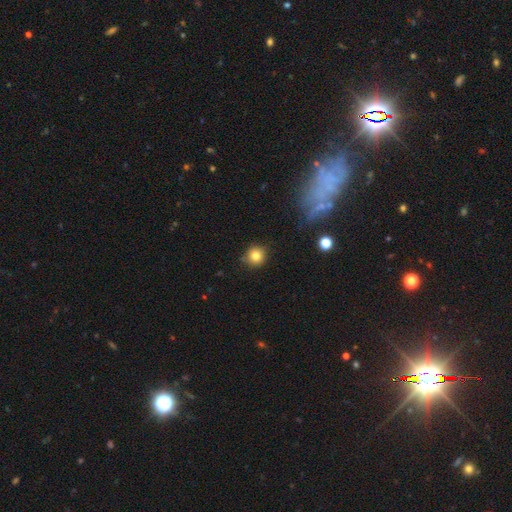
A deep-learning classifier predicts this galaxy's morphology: A smooth galaxy with no disk features (81%) that is round (92%). Merging: none (84%).